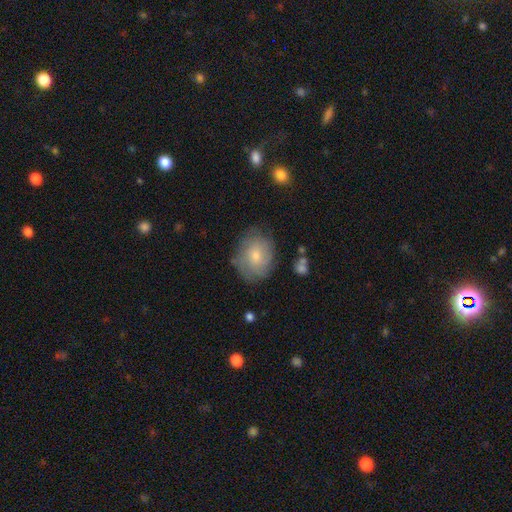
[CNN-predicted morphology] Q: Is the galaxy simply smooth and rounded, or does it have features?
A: smooth — 58%.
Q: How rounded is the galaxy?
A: round — 56%.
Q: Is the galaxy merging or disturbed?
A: none — 73%.